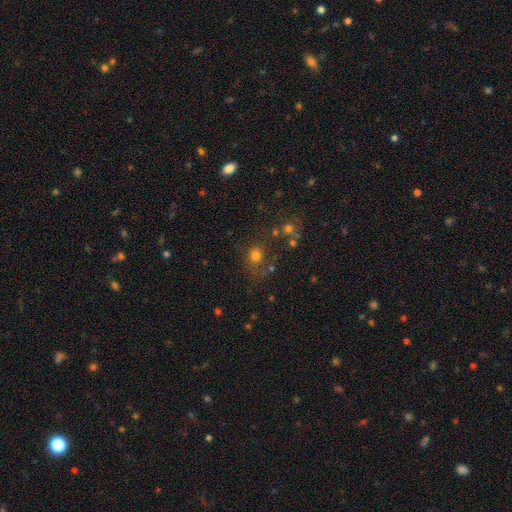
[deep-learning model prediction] Overall: smooth (73%). How rounded: round (77%). Merging: none (65%).